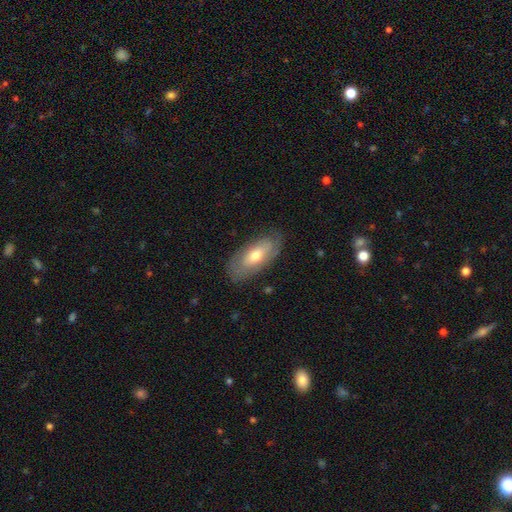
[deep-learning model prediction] This appears to be a smooth galaxy with no disk features (54%) that is in between round and cigar-shaped (86%). Merging: none (79%).